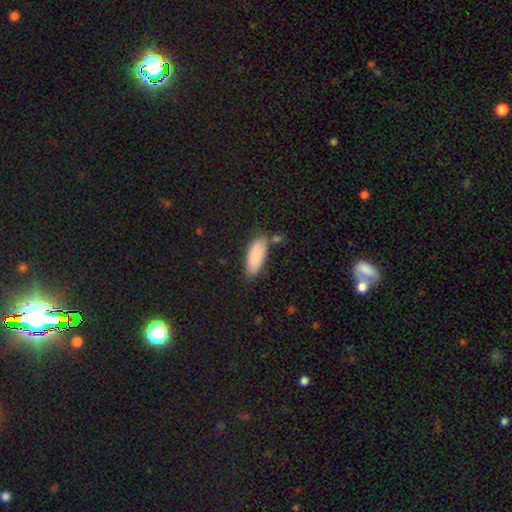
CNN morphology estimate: Smooth or featured? smooth (85%)
How rounded? in between (78%)
Merging? none (72%)